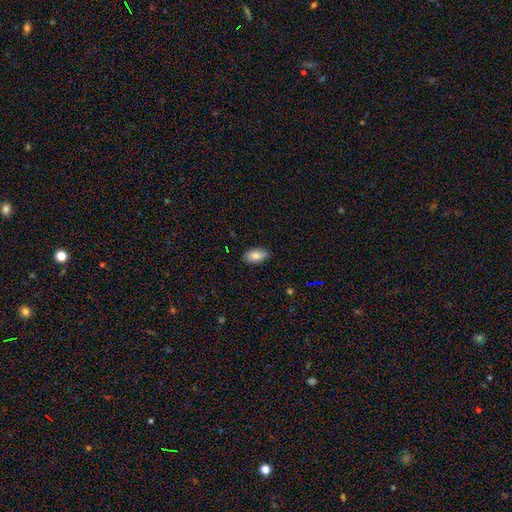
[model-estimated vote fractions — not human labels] Smooth or featured? smooth (81%)
How rounded? in between (93%)
Merging? none (85%)